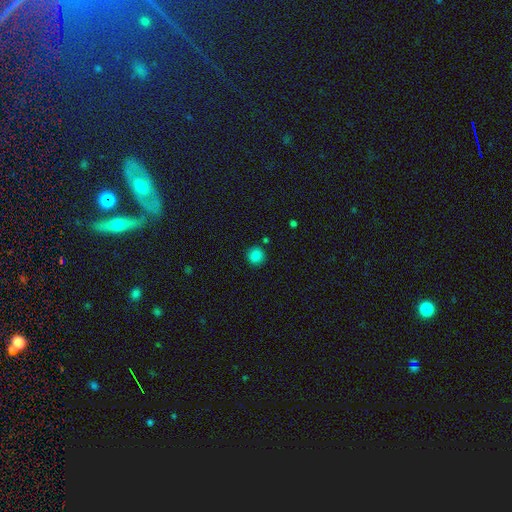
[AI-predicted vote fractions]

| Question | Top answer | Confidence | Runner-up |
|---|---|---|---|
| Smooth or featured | smooth | 84% | star or artifact (12%) |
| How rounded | round | 92% | in between (7%) |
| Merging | none | 88% | minor disturbance (7%) |